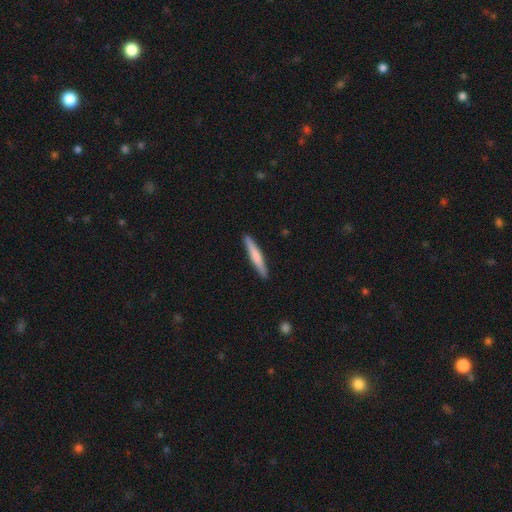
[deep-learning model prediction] Smooth or featured? smooth (67%)
How rounded? cigar-shaped (95%)
Merging? none (91%)